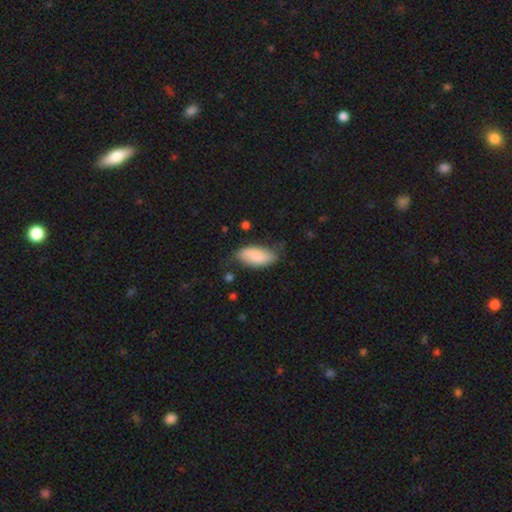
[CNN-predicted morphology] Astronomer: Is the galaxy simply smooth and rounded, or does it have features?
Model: smooth — 80%.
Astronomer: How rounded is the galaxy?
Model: in between — 90%.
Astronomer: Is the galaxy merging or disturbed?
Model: none — 65%.